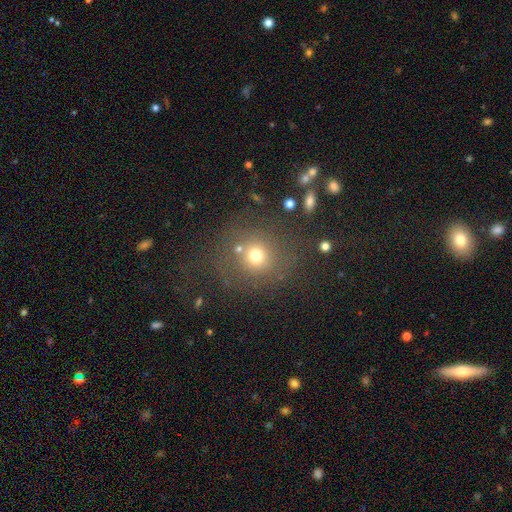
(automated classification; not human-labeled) smooth_or_featured: smooth (p=0.70) [alt: star or artifact p=0.20]
how_rounded: round (p=0.87) [alt: in between p=0.12]
merging: none (p=0.75) [alt: minor disturbance p=0.12]